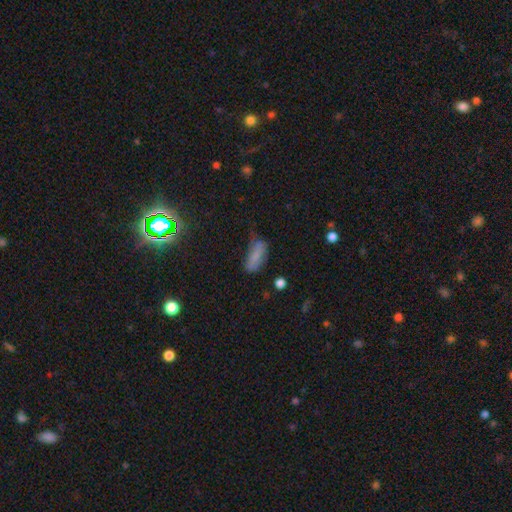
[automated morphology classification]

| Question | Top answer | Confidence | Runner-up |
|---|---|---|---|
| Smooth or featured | smooth | 69% | featured or disk (17%) |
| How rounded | in between | 74% | cigar-shaped (22%) |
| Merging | none | 40% | minor disturbance (38%) |